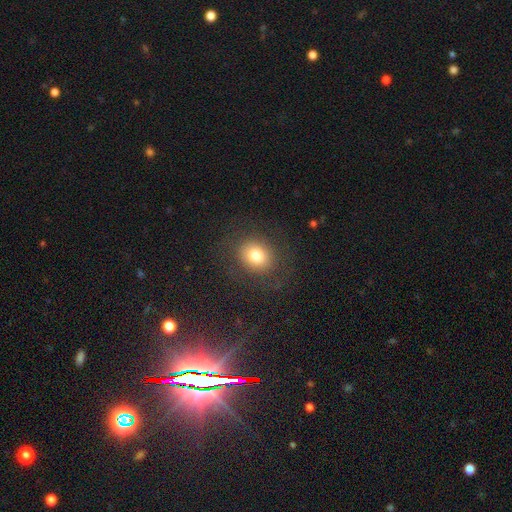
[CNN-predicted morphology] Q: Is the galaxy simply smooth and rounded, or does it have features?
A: smooth — 78%.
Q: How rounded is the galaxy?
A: round — 66%.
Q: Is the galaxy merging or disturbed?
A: none — 83%.